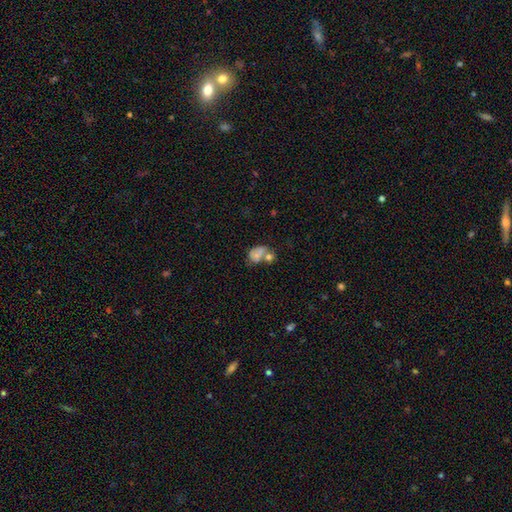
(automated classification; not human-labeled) smooth 62%, featured or disk 26%, star or artifact 12%. Down the decision tree: how rounded — in between (73%); merging — merger (45%).